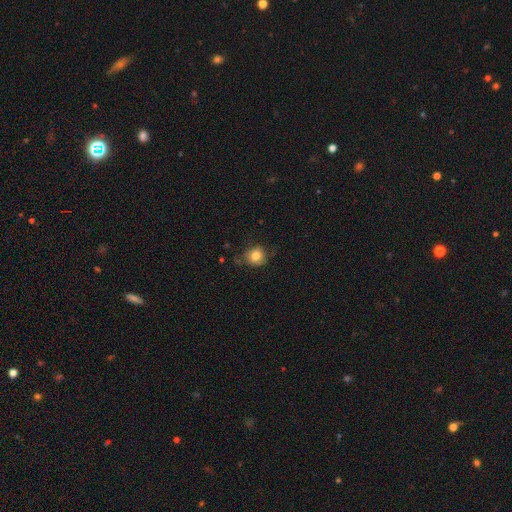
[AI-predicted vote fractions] smooth 79%, star or artifact 11%, featured or disk 10%. Down the decision tree: how rounded — round (76%); merging — none (65%).